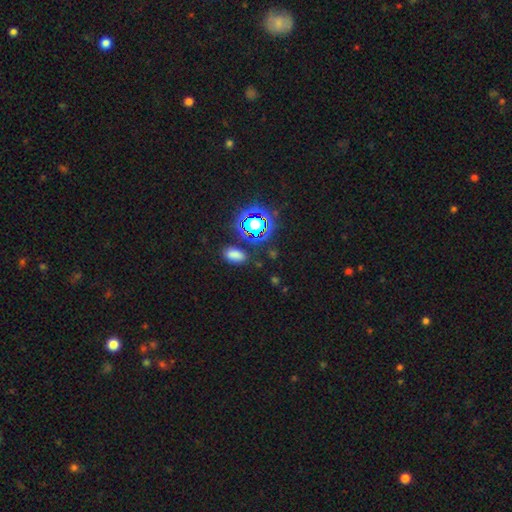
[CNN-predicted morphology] A star or artifact, not a galaxy (72%).

Vote fractions:
- Smooth or featured? star or artifact: 72% / smooth: 20% / featured or disk: 9%